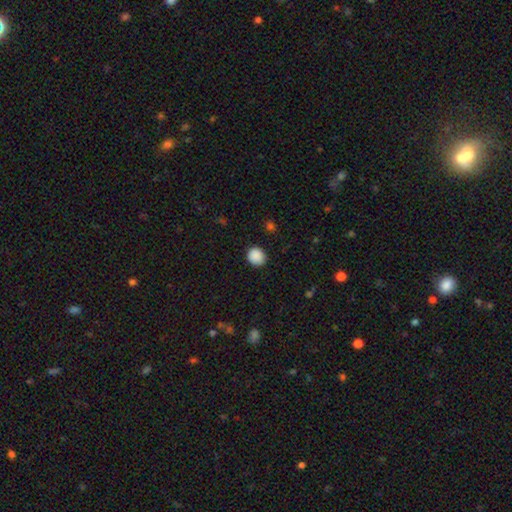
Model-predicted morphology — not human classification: Overall: smooth (89%). How rounded: round (82%). Merging: none (88%).